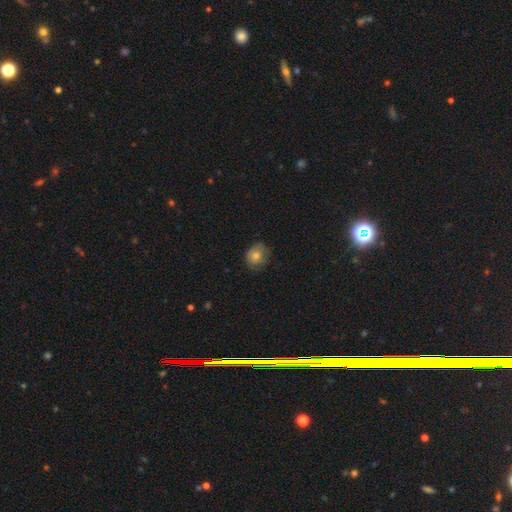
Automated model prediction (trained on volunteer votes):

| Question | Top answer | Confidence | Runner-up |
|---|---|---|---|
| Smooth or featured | smooth | 72% | featured or disk (18%) |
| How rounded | round | 72% | in between (27%) |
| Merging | none | 72% | minor disturbance (22%) |